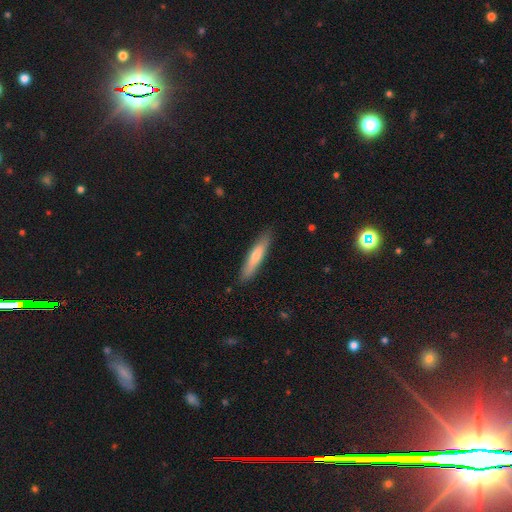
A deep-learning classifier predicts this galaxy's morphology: smooth-or-featured: smooth: 59% | featured or disk: 34% | star or artifact: 7%
  how-rounded: cigar-shaped: 88% | in between: 10% | round: 1%
  merging: none: 88% | minor disturbance: 9% | major disturbance: 2% | merger: 1%